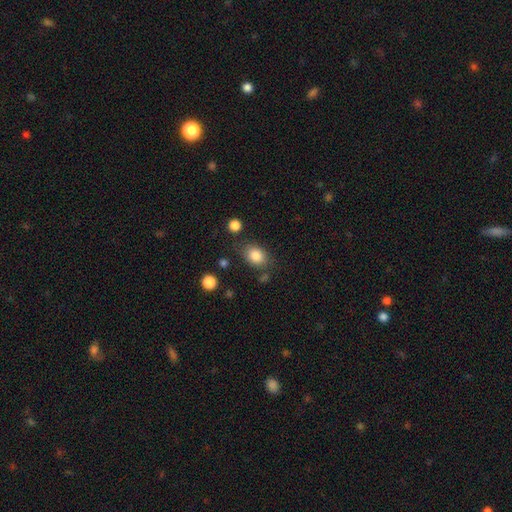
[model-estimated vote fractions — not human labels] smooth_or_featured: smooth (p=0.85) [alt: star or artifact p=0.09]
how_rounded: in between (p=0.71) [alt: round p=0.28]
merging: none (p=0.73) [alt: minor disturbance p=0.17]